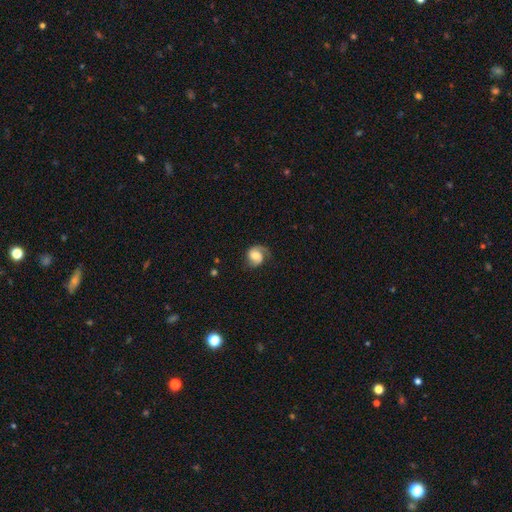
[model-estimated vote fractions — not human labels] Smooth or featured: featured or disk — 71% (smooth — 22%)
Edge-on disk: no — 98% (yes — 2%)
Bar: no — 56% (weak — 35%)
Spiral arms: yes — 95% (no — 5%)
Spiral winding: medium — 46% (tight — 29%)
Spiral arm count: 2 — 75% (1 — 18%)
Bulge size: moderate — 43% (small — 23%)
Merging: none — 68% (minor disturbance — 20%)